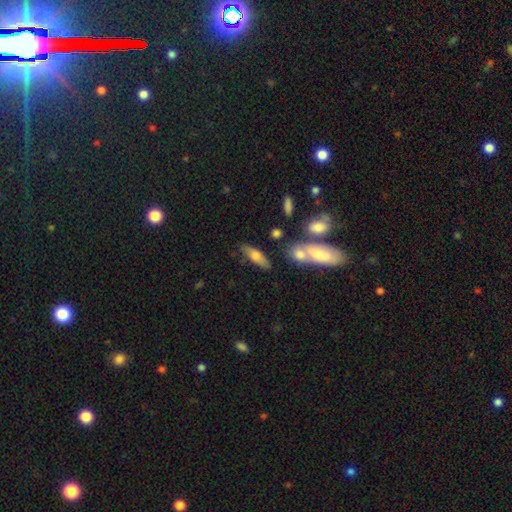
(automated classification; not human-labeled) Smooth or featured?
  - smooth: 63% *
  - featured or disk: 29%
  - star or artifact: 7%
How rounded?
  - in between: 59% *
  - cigar-shaped: 38%
  - round: 3%
Merging?
  - none: 69% *
  - minor disturbance: 15%
  - merger: 12%
  - major disturbance: 5%